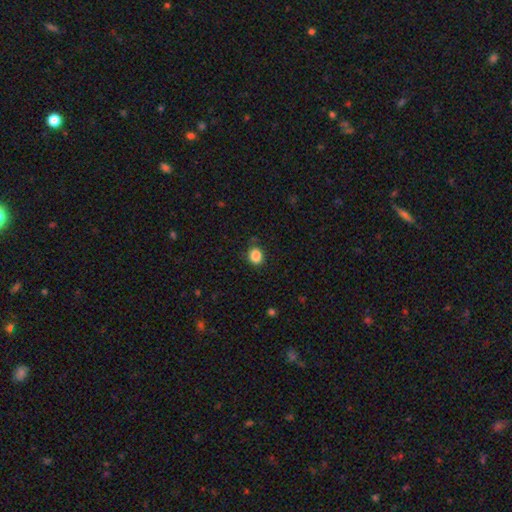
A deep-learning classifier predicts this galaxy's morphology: Smooth or featured? Predicted: smooth (p=0.86). How rounded? Predicted: round (p=0.64). Merging? Predicted: none (p=0.82).